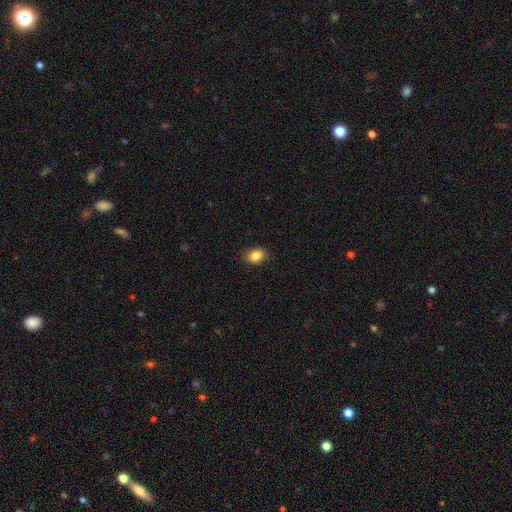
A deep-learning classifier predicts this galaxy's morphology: Overall: smooth (86%). How rounded: in between (75%). Merging: none (86%).